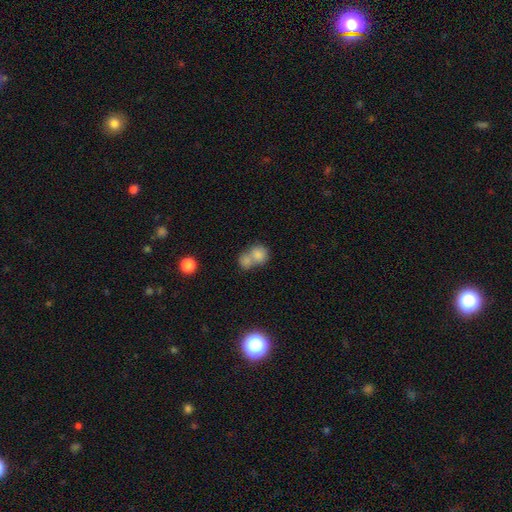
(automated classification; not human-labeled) Smooth or featured: smooth — 79% (featured or disk — 11%)
How rounded: round — 69% (in between — 29%)
Merging: merger — 66% (none — 25%)